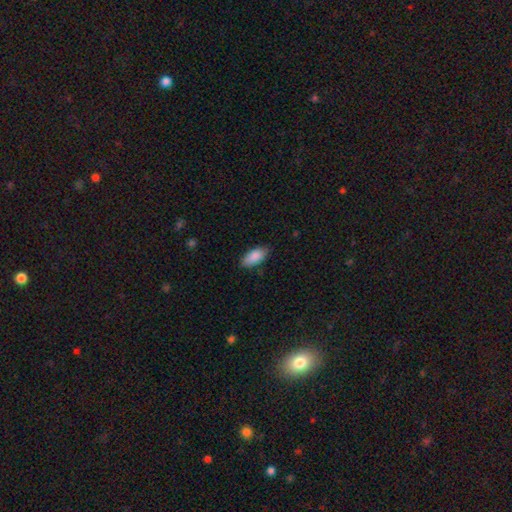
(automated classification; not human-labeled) A smooth galaxy with no disk features (89%) that is in between round and cigar-shaped (91%). Merging: none (82%).